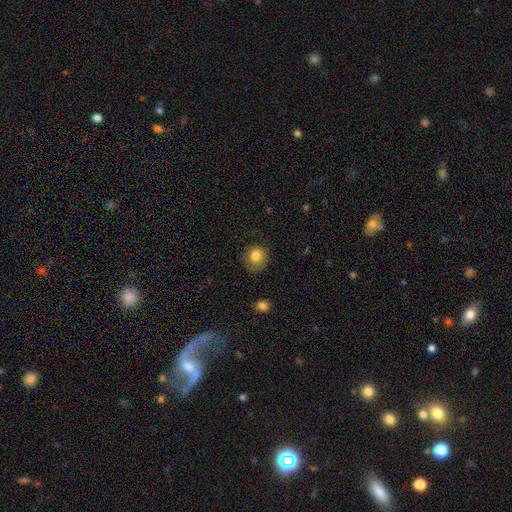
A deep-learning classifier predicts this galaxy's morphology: This is clearly a smooth galaxy (82%). How rounded: likely round (77%). Merging: likely none (65%).